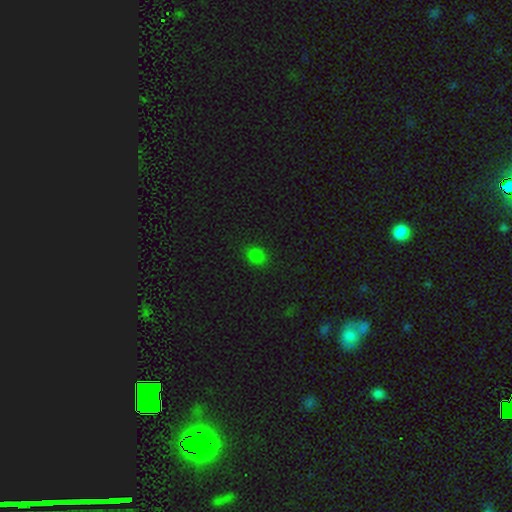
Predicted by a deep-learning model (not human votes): Q: Smooth or featured?
A: smooth (81%); runner-up: star or artifact (15%)
Q: How rounded?
A: round (53%); runner-up: in between (46%)
Q: Merging?
A: none (87%); runner-up: minor disturbance (9%)